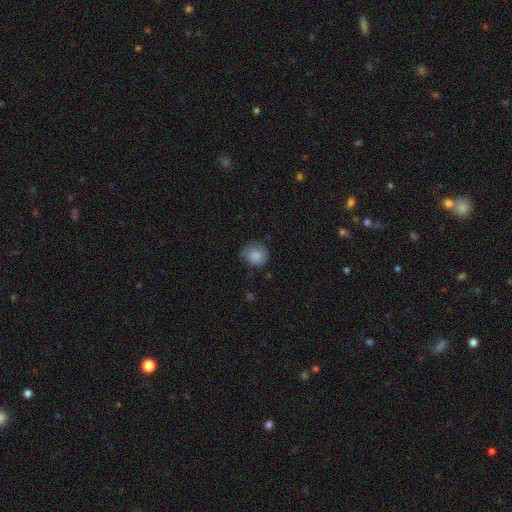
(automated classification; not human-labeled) Overall: smooth (85%). How rounded: round (83%). Merging: none (64%; minor disturbance 27%).